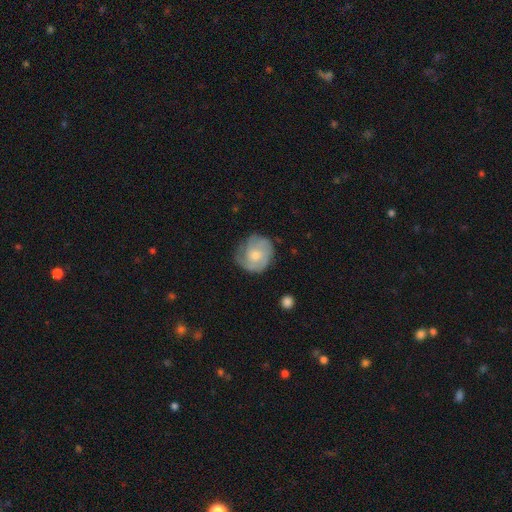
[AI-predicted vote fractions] smooth_or_featured: featured or disk (p=0.55) [alt: smooth p=0.38]
disk_edge_on: no (p=0.98) [alt: yes p=0.02]
bar: no (p=0.78) [alt: weak p=0.20]
has_spiral_arms: yes (p=0.82) [alt: no p=0.18]
bulge_size: moderate (p=0.50) [alt: small p=0.39]
merging: none (p=0.63) [alt: minor disturbance p=0.24]